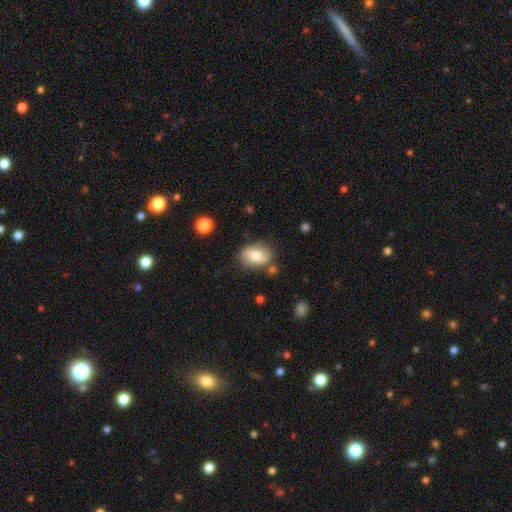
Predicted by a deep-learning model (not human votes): A smooth galaxy with no disk features (73%) that is in between round and cigar-shaped (82%).

Vote fractions:
- Smooth or featured? smooth: 73% / featured or disk: 20% / star or artifact: 7%
- How rounded? in between: 82% / round: 17% / cigar-shaped: 1%
- Merging? none: 75% / minor disturbance: 17% / merger: 4% / major disturbance: 4%